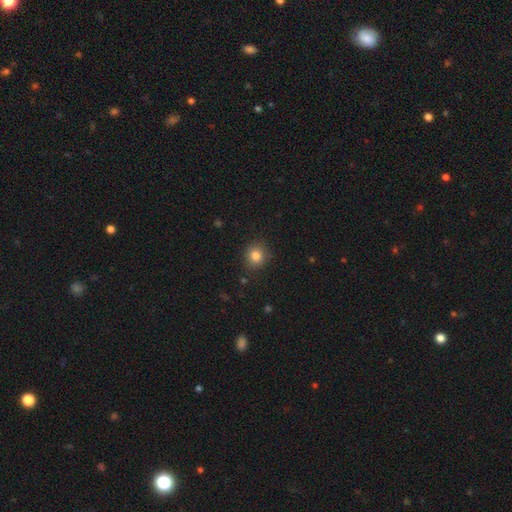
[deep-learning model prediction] Morphology: type=smooth (81%); roundness=round (86%); merging=none (88%).